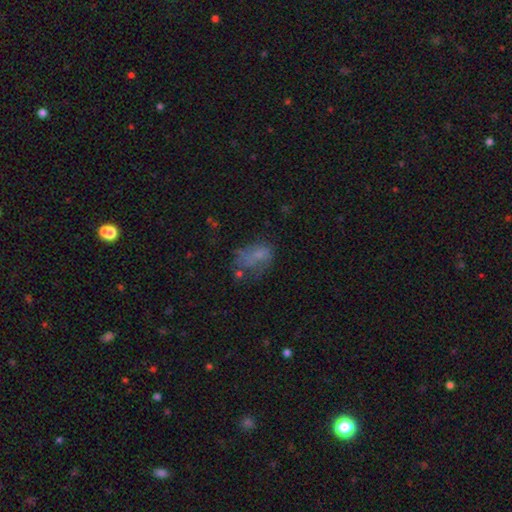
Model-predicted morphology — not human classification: Smooth or featured? smooth (54%)
How rounded? in between (79%)
Merging? none (34%)